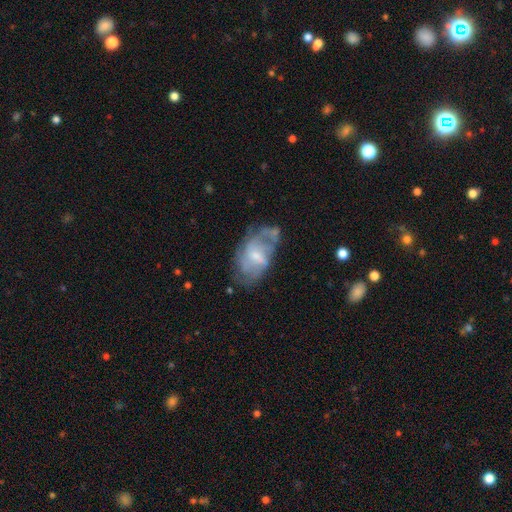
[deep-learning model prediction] The model was most divided on "bulge size": small: 45%, moderate: 39%, none: 10%, large: 4%, dominant: 1%. Remaining: edge-on disk — no (96%); spiral arms — yes (76%); smooth or featured — featured or disk (72%); bar — weak (54%); merging — none (49%); spiral winding — medium (43%); spiral arm count — can't tell (39%).